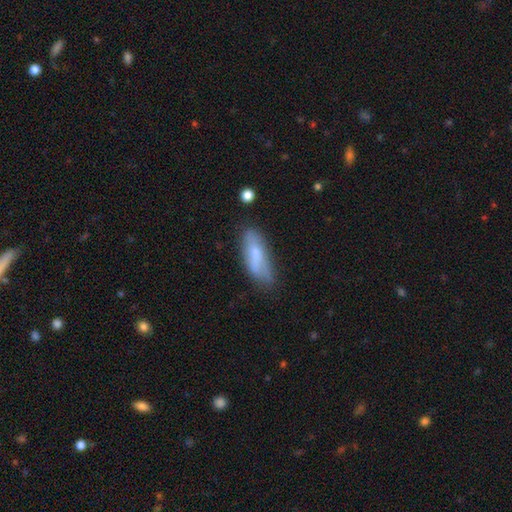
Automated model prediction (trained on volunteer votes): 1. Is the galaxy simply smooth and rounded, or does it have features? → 64% smooth, 29% featured or disk, 7% star or artifact.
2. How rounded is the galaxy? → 61% in between, 37% cigar-shaped, 2% round.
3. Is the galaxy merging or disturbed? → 59% none, 29% minor disturbance, 9% major disturbance, 3% merger.